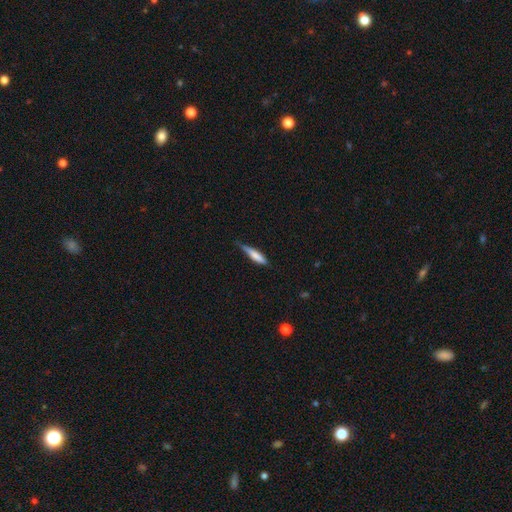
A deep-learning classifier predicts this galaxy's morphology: Overall: smooth (73%). How rounded: cigar-shaped (83%). Merging: none (51%; minor disturbance 38%).